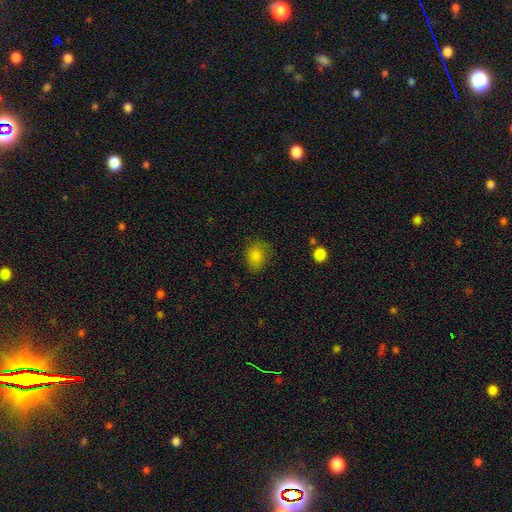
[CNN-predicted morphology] A smooth galaxy with no disk features (82%) that is round (51%).

Vote fractions:
- Smooth or featured? smooth: 82% / star or artifact: 11% / featured or disk: 7%
- How rounded? round: 51% / in between: 48% / cigar-shaped: 1%
- Merging? none: 66% / minor disturbance: 24% / major disturbance: 8% / merger: 2%